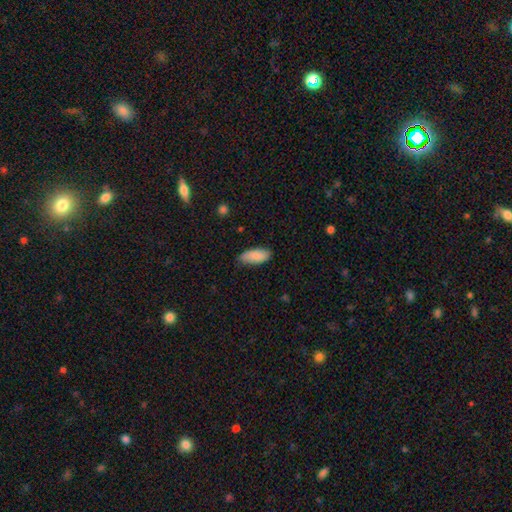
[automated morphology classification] Smooth or featured?
  - smooth: 88% *
  - featured or disk: 6%
  - star or artifact: 6%
How rounded?
  - in between: 84% *
  - cigar-shaped: 14%
  - round: 2%
Merging?
  - none: 79% *
  - minor disturbance: 18%
  - major disturbance: 3%
  - merger: 1%